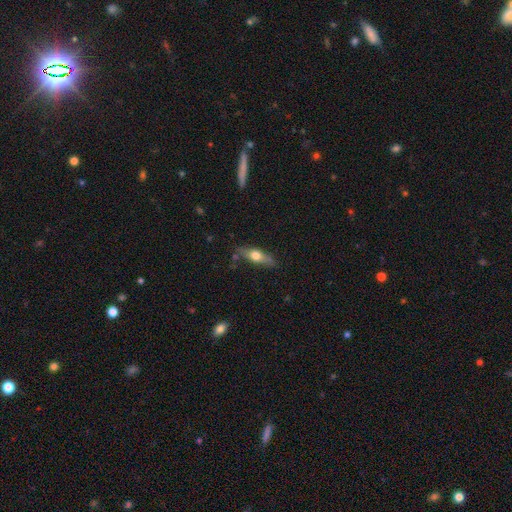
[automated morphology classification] Q: Smooth or featured?
A: smooth (49%); runner-up: featured or disk (45%)
Q: Merging?
A: none (76%); runner-up: minor disturbance (17%)